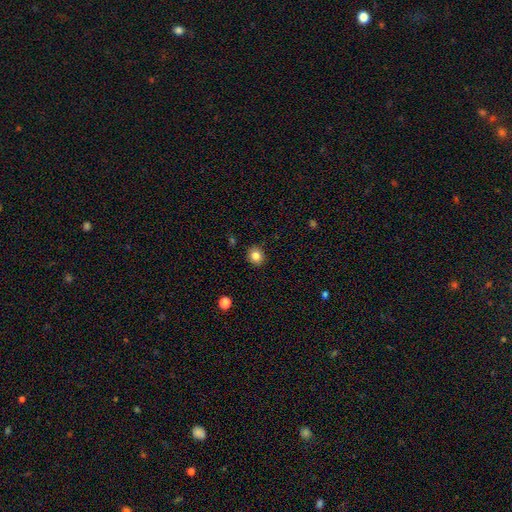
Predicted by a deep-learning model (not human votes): smooth_or_featured: smooth (p=0.83) [alt: star or artifact p=0.11]
how_rounded: round (p=0.80) [alt: in between p=0.20]
merging: none (p=0.90) [alt: minor disturbance p=0.07]